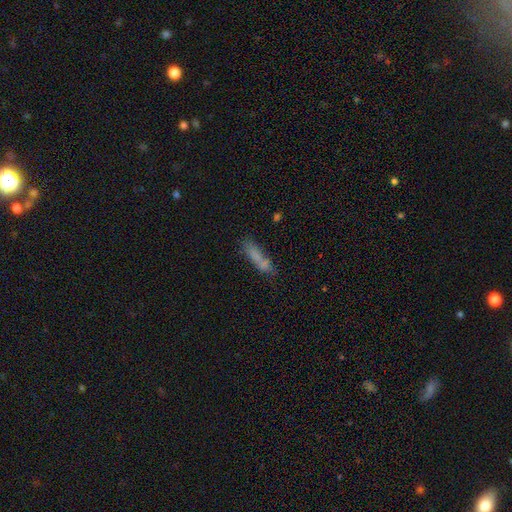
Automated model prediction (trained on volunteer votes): Smooth or featured? smooth (69%)
How rounded? cigar-shaped (69%)
Merging? none (53%)